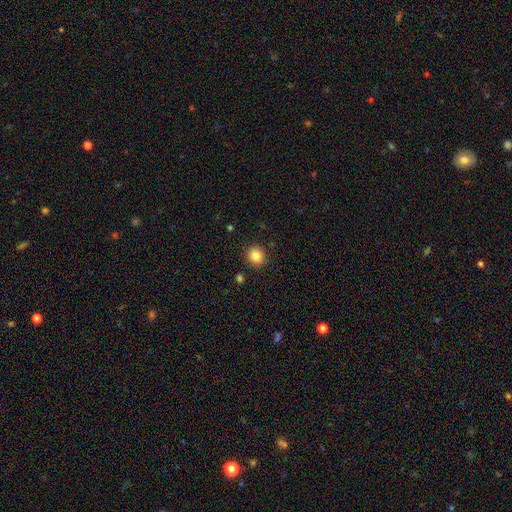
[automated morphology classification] A smooth galaxy with no disk features (85%) that is round (82%). Merging: none (90%).